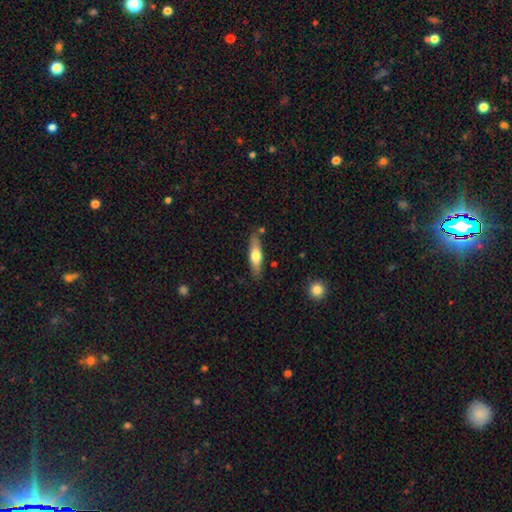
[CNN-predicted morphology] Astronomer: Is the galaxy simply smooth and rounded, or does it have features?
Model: smooth — 58% (runner-up: featured or disk, 37%).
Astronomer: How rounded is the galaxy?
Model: cigar-shaped — 64%.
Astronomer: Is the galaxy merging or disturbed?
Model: none — 82%.